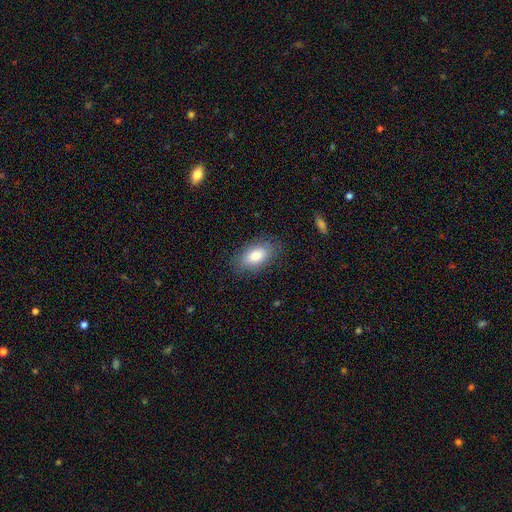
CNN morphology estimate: Smooth or featured: smooth — 79% (featured or disk — 14%)
How rounded: in between — 92% (round — 5%)
Merging: none — 83% (minor disturbance — 12%)